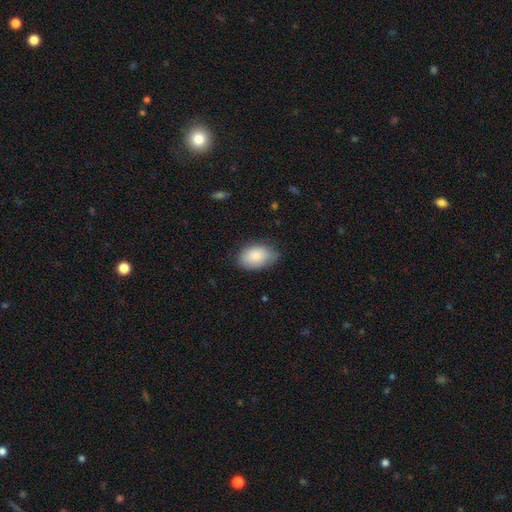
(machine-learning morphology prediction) This is clearly a smooth galaxy (85%). How rounded: clearly in between (90%). Merging: likely none (72%).